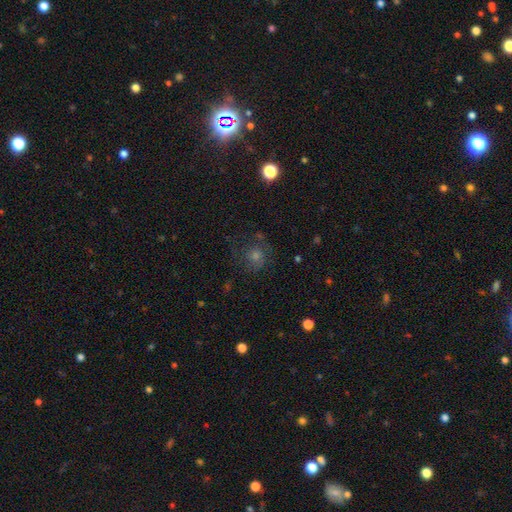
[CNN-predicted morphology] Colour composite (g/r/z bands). It shows a featured or disk galaxy (37%). Merging: none (71%).